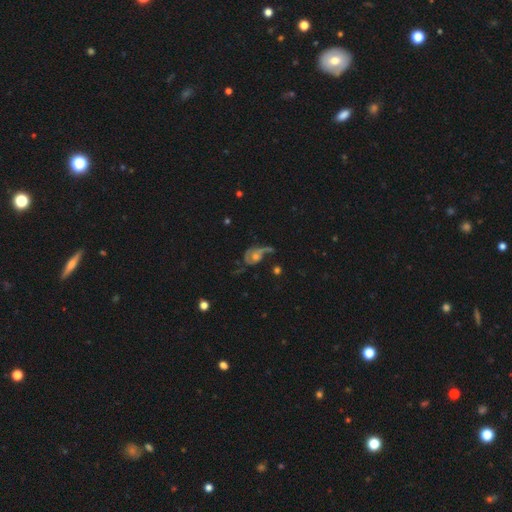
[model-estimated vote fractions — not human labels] Smooth or featured: featured or disk — 74% (smooth — 15%)
Edge-on disk: no — 96% (yes — 4%)
Bar: no — 74% (weak — 21%)
Spiral arms: yes — 85% (no — 15%)
Spiral winding: loose — 39% (tied with medium — 39%)
Spiral arm count: 2 — 56% (1 — 24%)
Bulge size: moderate — 53% (small — 37%)
Merging: none — 36% (major disturbance — 33%)